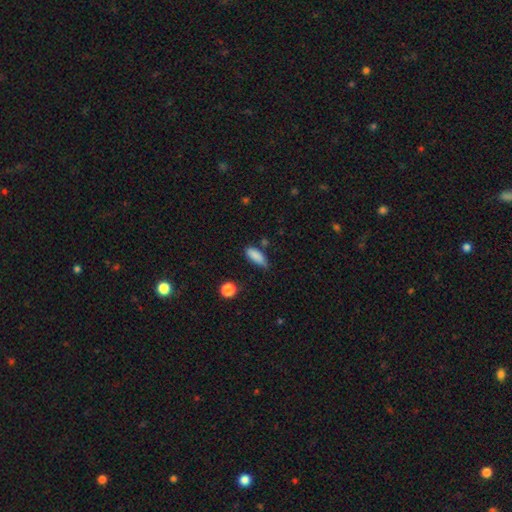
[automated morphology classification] Smooth or featured? smooth (86%)
How rounded? in between (70%)
Merging? none (61%)